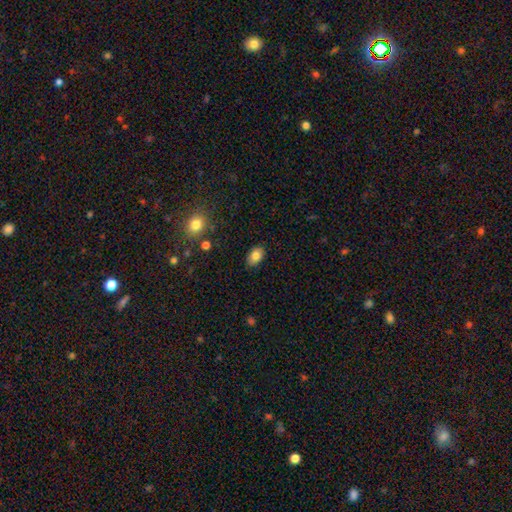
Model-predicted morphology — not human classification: The model was most divided on "smooth or featured": smooth: 81%, featured or disk: 10%, star or artifact: 9%. More confident: how rounded — in between (88%); merging — none (86%).